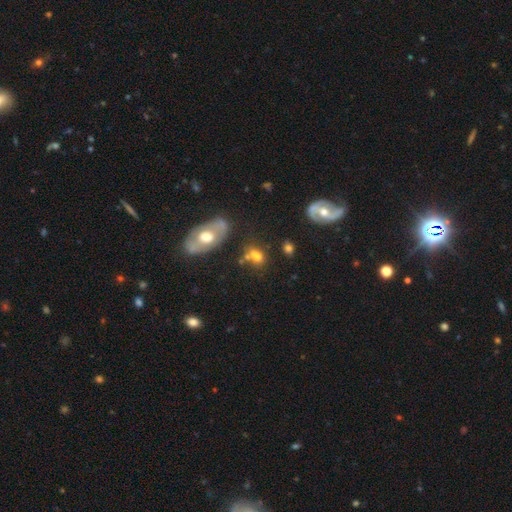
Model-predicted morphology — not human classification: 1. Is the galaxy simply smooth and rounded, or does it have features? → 67% smooth, 19% featured or disk, 14% star or artifact.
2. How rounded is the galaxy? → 72% in between, 25% round, 3% cigar-shaped.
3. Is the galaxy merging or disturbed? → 48% none, 25% merger, 18% minor disturbance, 9% major disturbance.